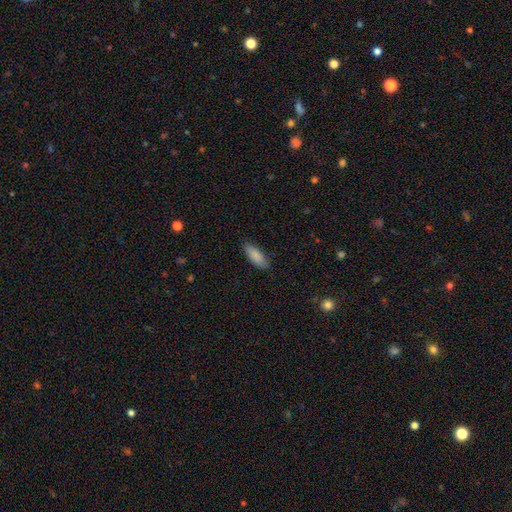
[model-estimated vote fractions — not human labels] Overall: smooth (88%). How rounded: in between (72%). Merging: none (85%).